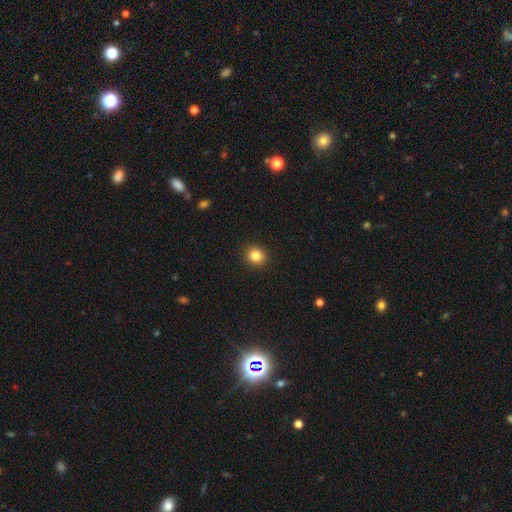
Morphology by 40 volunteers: This appears to be a smooth galaxy with no disk features (95%) that is round (92%). Merging: none (100%).